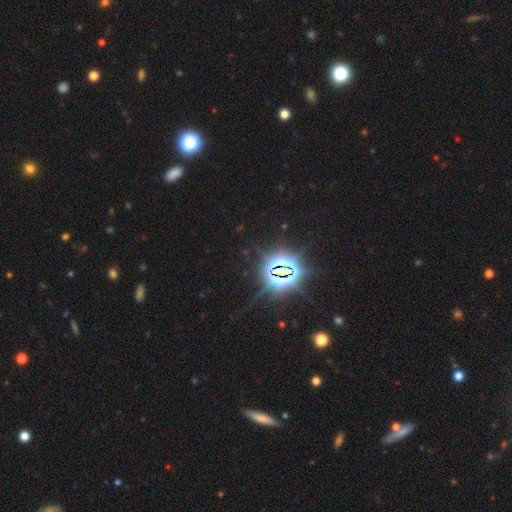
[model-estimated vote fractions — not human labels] Smooth or featured?
  - star or artifact: 81% *
  - smooth: 12%
  - featured or disk: 7%